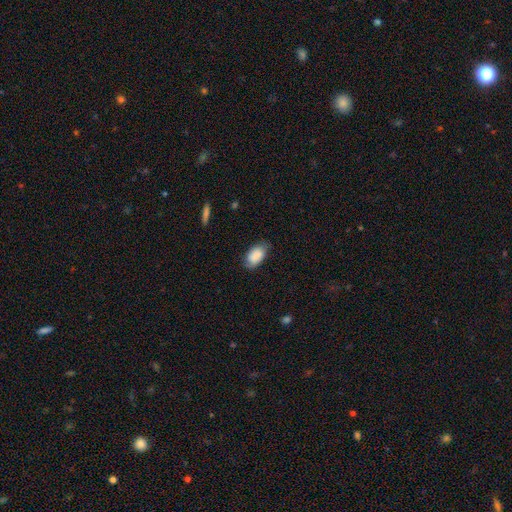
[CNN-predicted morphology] Smooth or featured? Predicted: smooth (p=0.85). How rounded? Predicted: in between (p=0.92). Merging? Predicted: none (p=0.70).